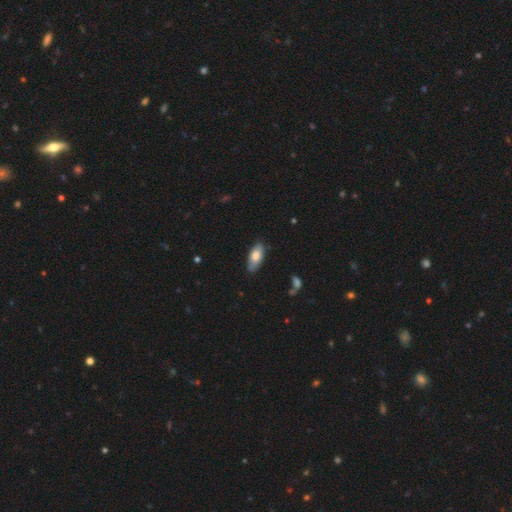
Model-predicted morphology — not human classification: smooth_or_featured: smooth (p=0.75) [alt: featured or disk p=0.19]
how_rounded: in between (p=0.87) [alt: cigar-shaped p=0.11]
merging: none (p=0.81) [alt: minor disturbance p=0.16]